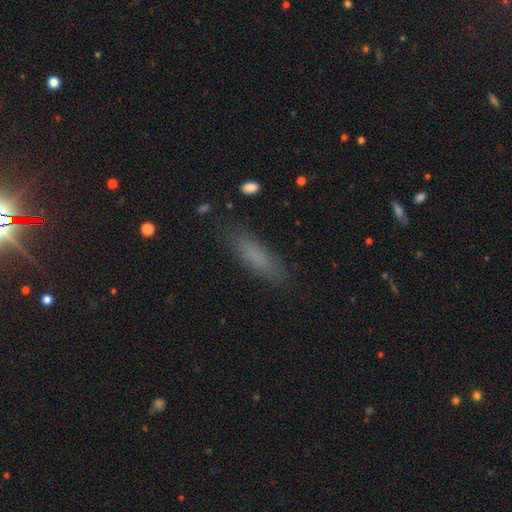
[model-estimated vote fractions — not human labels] Smooth or featured? smooth (79%)
How rounded? cigar-shaped (57%)
Merging? none (84%)